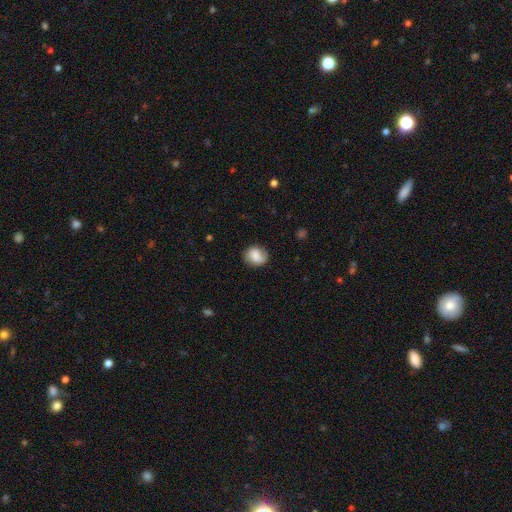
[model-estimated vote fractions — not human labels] Overall: smooth (73%). How rounded: round (69%; in between 30%). Merging: none (73%).